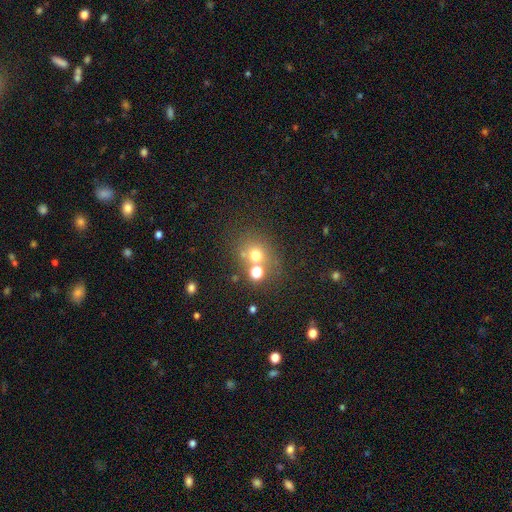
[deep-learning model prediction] Smooth or featured? smooth (65%)
How rounded? round (79%)
Merging? none (60%)